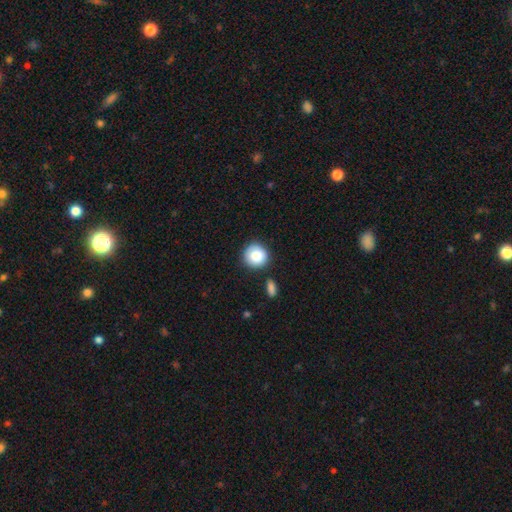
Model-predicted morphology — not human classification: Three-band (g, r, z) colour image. It shows a smooth galaxy with no disk features (84%) that is round (92%). Merging: none (81%).